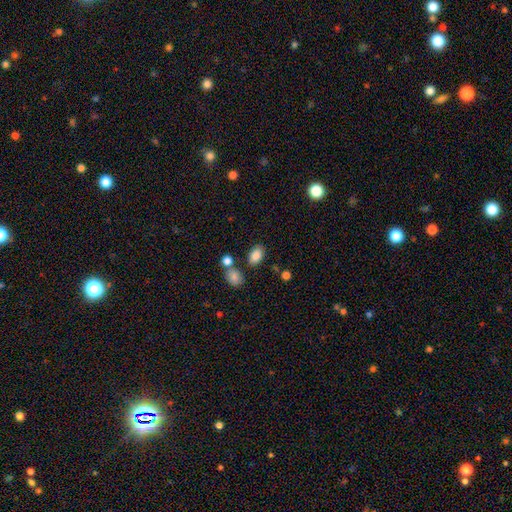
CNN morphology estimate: smooth-or-featured: smooth: 86% | star or artifact: 9% | featured or disk: 6%
  how-rounded: in between: 89% | round: 10% | cigar-shaped: 1%
  merging: none: 76% | minor disturbance: 11% | merger: 9% | major disturbance: 3%